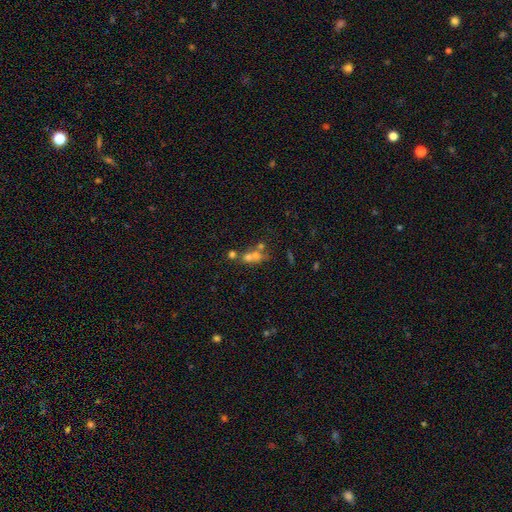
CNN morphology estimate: Smooth or featured? Predicted: smooth (p=0.54). How rounded? Predicted: round (p=0.69). Merging? Predicted: merger (p=0.56).